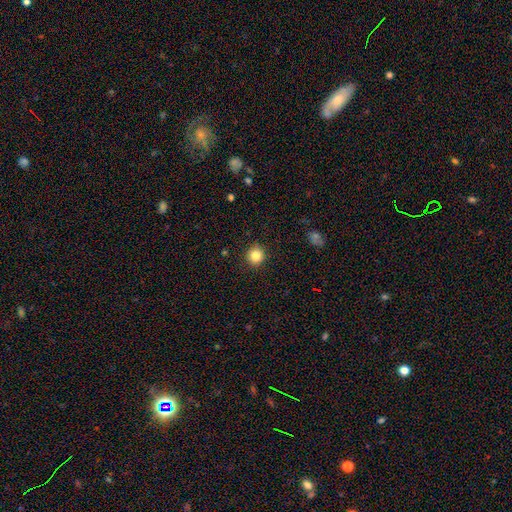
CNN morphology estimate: This is clearly a smooth galaxy (84%). How rounded: clearly round (91%). Merging: clearly none (91%).